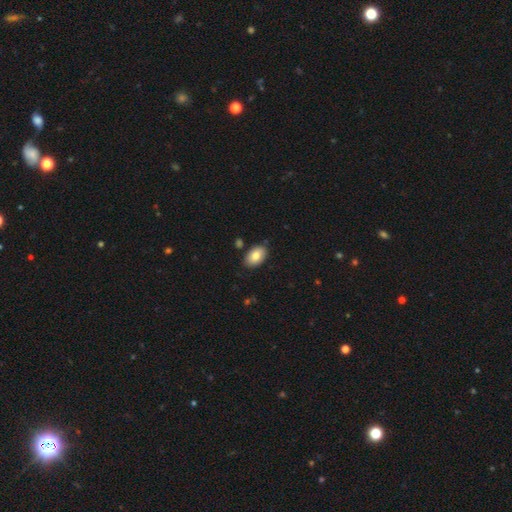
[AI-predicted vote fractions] Q: Smooth or featured?
A: smooth (82%); runner-up: featured or disk (11%)
Q: How rounded?
A: in between (91%); runner-up: round (8%)
Q: Merging?
A: none (84%); runner-up: minor disturbance (11%)